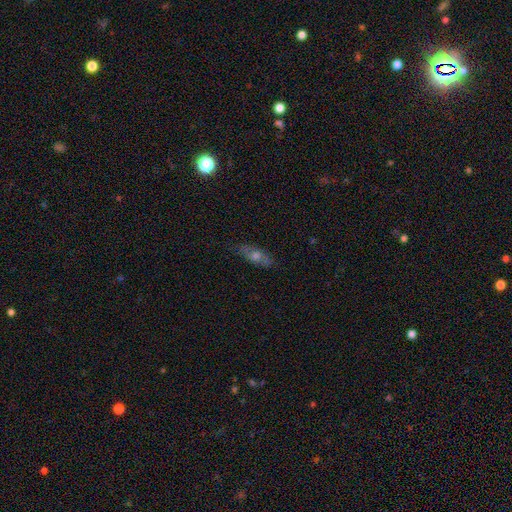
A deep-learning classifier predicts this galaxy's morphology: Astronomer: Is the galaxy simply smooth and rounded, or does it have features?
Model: featured or disk — 46% (runner-up: smooth, 44%).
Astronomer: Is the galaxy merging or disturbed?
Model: none — 81%.